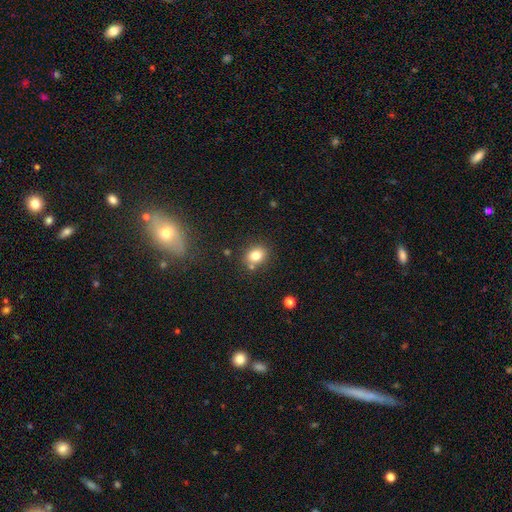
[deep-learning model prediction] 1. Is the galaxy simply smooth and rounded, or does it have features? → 80% smooth, 11% star or artifact, 8% featured or disk.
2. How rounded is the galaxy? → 52% round, 47% in between, 1% cigar-shaped.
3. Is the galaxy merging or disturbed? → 72% none, 13% minor disturbance, 11% merger, 4% major disturbance.